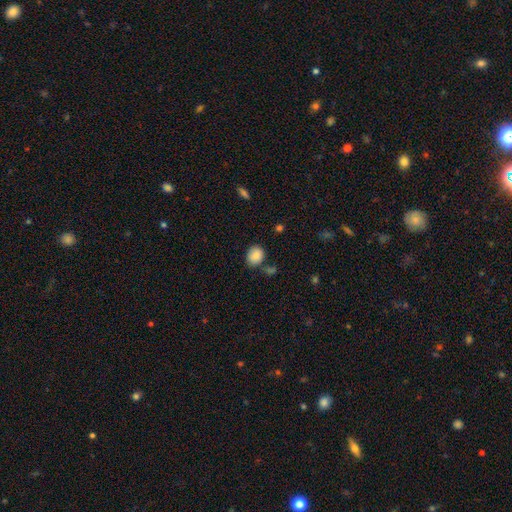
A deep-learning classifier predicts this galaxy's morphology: A smooth galaxy with no disk features (86%) that is round (56%). Merging: none (72%).